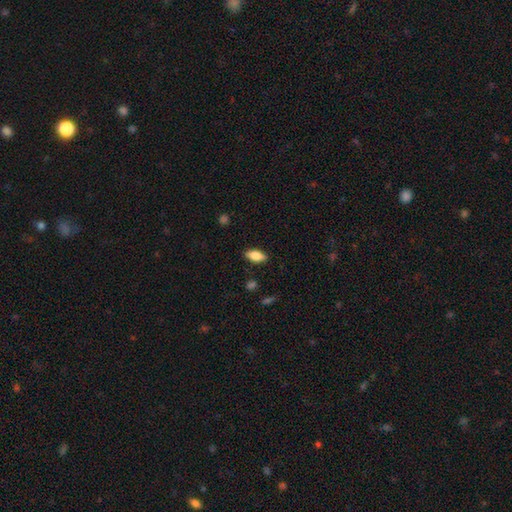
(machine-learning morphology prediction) The model was most divided on "smooth or featured": smooth: 82%, featured or disk: 11%, star or artifact: 7%. More confident: merging — none (86%); how rounded — in between (86%).